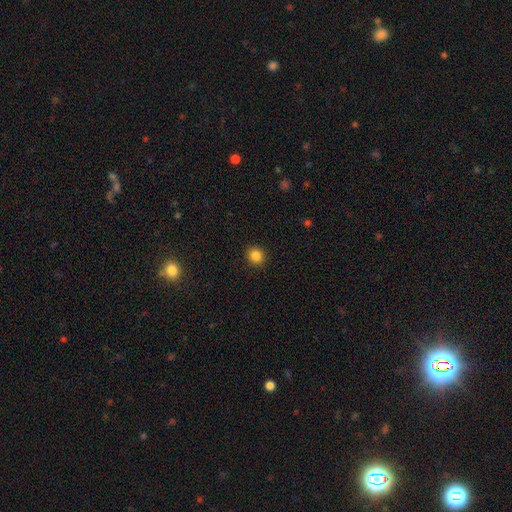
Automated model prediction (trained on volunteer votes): Smooth or featured: smooth — 85% (star or artifact — 11%)
How rounded: round — 84% (in between — 15%)
Merging: none — 91% (minor disturbance — 6%)